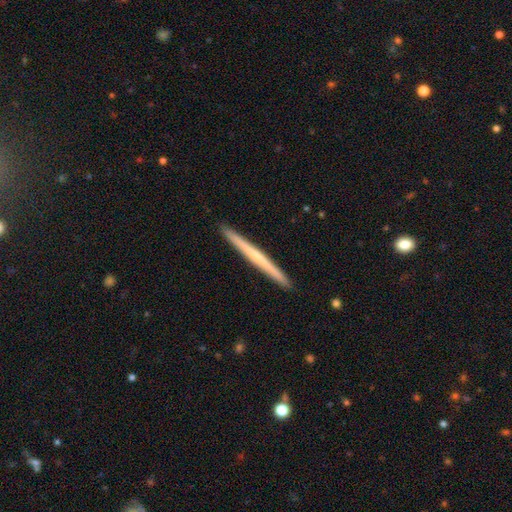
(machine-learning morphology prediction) A featured or disk galaxy (56%) viewed edge-on (98%) with no central bulge (71%). Merging: none (92%).